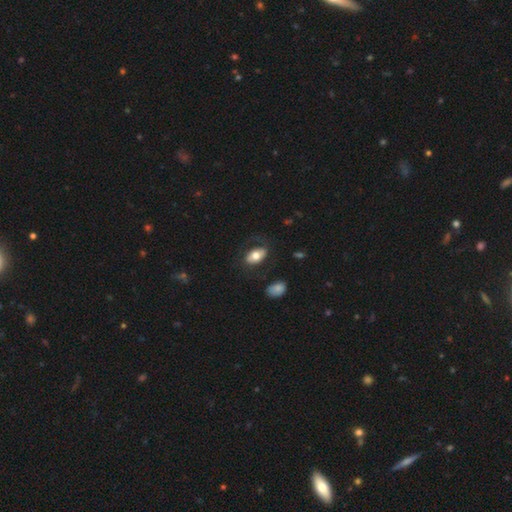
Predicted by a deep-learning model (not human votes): The model was most divided on "smooth or featured": smooth: 65%, featured or disk: 29%, star or artifact: 6%. More confident: how rounded — in between (91%); merging — none (73%).